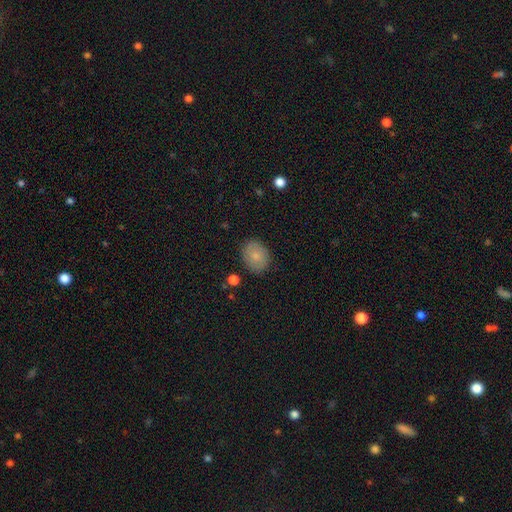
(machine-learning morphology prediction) Smooth or featured? smooth (79%)
How rounded? round (50%)
Merging? none (85%)